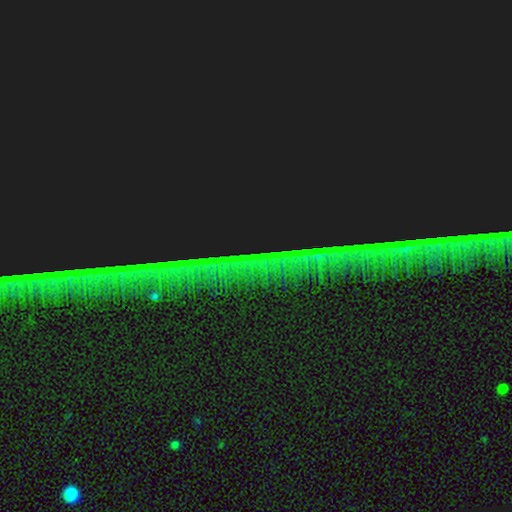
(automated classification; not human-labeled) Morphology: type=star or artifact (86%).